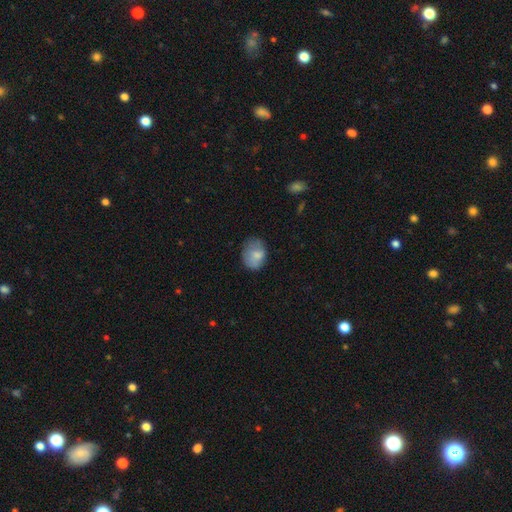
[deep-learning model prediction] Smooth or featured: smooth — 77% (featured or disk — 15%)
How rounded: in between — 56% (round — 43%)
Merging: none — 63% (minor disturbance — 27%)